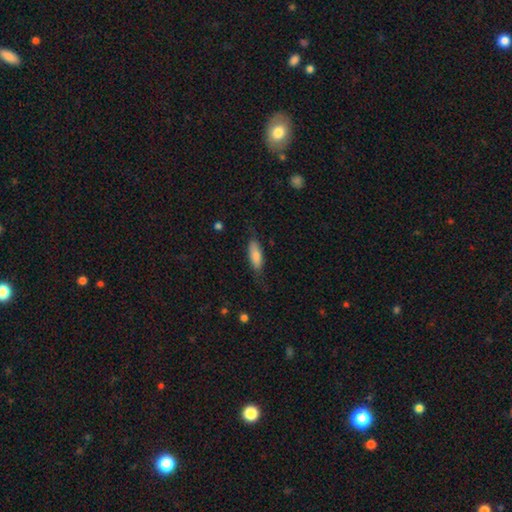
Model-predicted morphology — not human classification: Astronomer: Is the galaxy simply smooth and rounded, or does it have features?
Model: smooth — 77%.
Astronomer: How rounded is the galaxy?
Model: in between — 60% (runner-up: cigar-shaped, 38%).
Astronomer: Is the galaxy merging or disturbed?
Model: none — 66%.